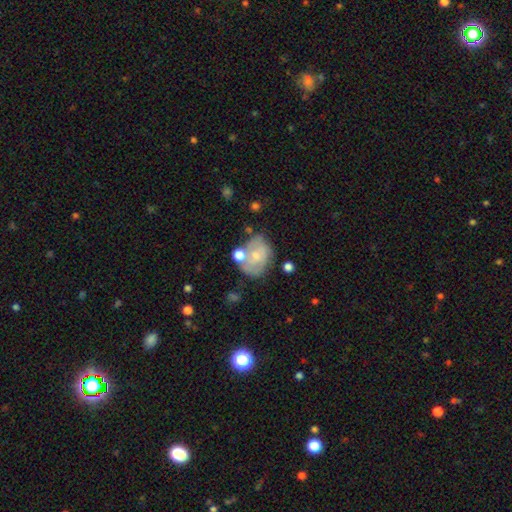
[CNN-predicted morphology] Smooth or featured?
  - smooth: 48% *
  - featured or disk: 44%
  - star or artifact: 8%
Merging?
  - none: 44% *
  - minor disturbance: 24%
  - merger: 19%
  - major disturbance: 12%